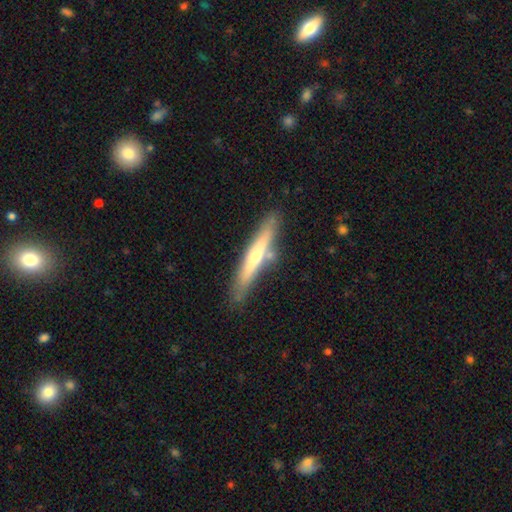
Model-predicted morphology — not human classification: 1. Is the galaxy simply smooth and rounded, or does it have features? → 61% featured or disk, 33% smooth, 6% star or artifact.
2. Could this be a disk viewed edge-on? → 92% yes, 8% no.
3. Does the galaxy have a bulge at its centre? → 76% rounded, 20% none, 4% boxy.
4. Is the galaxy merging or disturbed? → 81% none, 12% minor disturbance, 5% merger, 2% major disturbance.